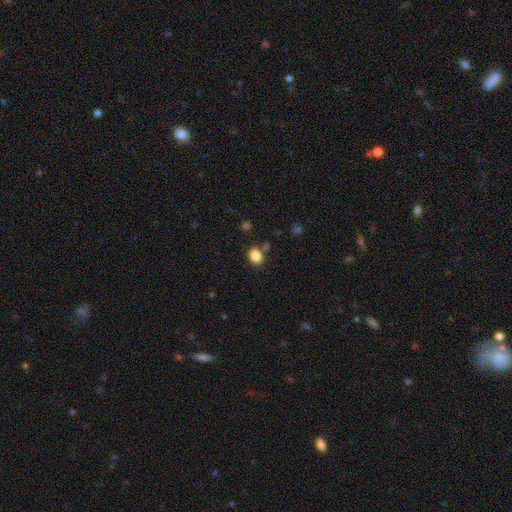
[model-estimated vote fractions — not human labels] smooth 85%, star or artifact 10%, featured or disk 4%. Down the decision tree: how rounded — in between (55%); merging — none (78%).